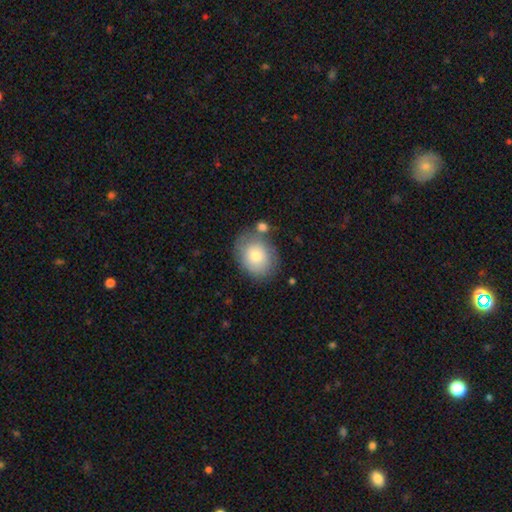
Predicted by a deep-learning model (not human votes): Morphology: type=smooth (77%); roundness=in between (50%); merging=none (66%).